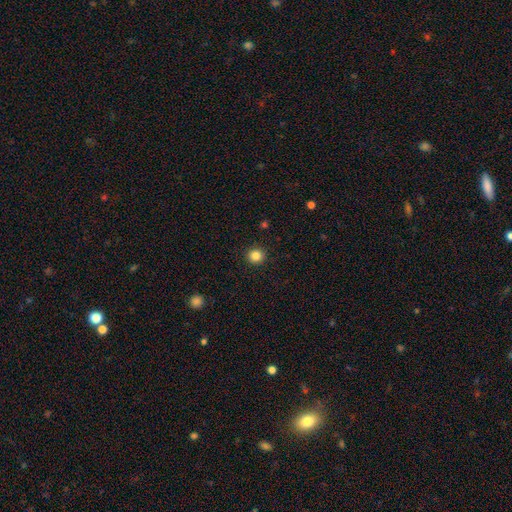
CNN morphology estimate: Smooth or featured: smooth — 85% (star or artifact — 11%)
How rounded: round — 93% (in between — 7%)
Merging: none — 92% (minor disturbance — 5%)